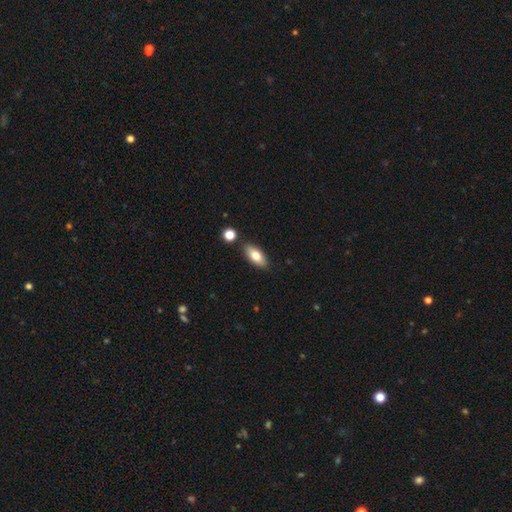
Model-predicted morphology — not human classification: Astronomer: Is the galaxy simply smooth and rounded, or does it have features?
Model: smooth — 74%.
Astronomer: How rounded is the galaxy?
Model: in between — 85%.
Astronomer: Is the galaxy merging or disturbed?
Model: none — 84%.